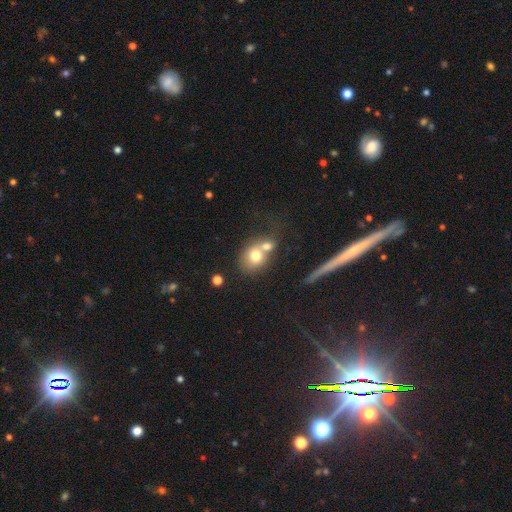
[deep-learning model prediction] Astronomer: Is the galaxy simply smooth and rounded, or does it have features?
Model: smooth — 70%.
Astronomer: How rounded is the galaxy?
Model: round — 59% (runner-up: in between, 40%).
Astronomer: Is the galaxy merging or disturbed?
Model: merger — 58%.